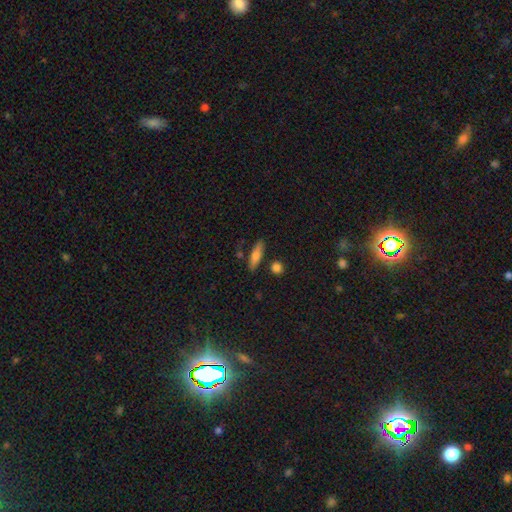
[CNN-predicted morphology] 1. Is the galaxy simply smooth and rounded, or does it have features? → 70% smooth, 23% featured or disk, 7% star or artifact.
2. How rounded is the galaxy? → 65% cigar-shaped, 32% in between, 3% round.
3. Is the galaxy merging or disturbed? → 81% none, 11% minor disturbance, 5% merger, 3% major disturbance.